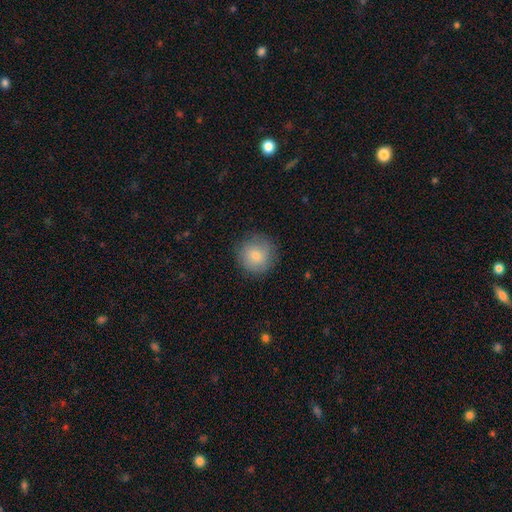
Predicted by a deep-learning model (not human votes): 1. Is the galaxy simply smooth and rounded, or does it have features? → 79% smooth, 13% featured or disk, 8% star or artifact.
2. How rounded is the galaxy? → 94% round, 5% in between, 1% cigar-shaped.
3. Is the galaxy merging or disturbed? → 85% none, 11% minor disturbance, 3% major disturbance, 1% merger.